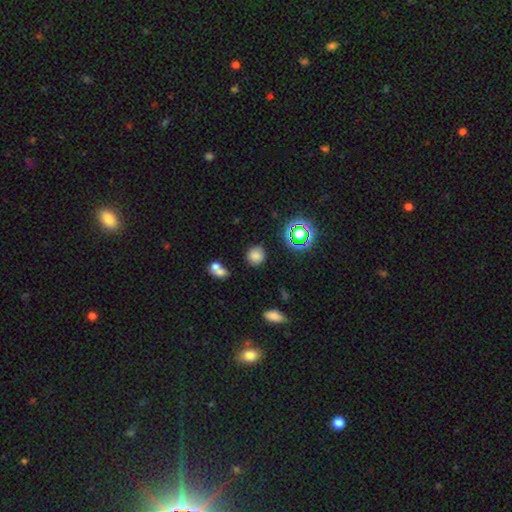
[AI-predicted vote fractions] smooth-or-featured: smooth: 74% | star or artifact: 18% | featured or disk: 8%
  how-rounded: round: 81% | in between: 18% | cigar-shaped: 1%
  merging: none: 77% | minor disturbance: 10% | merger: 9% | major disturbance: 4%